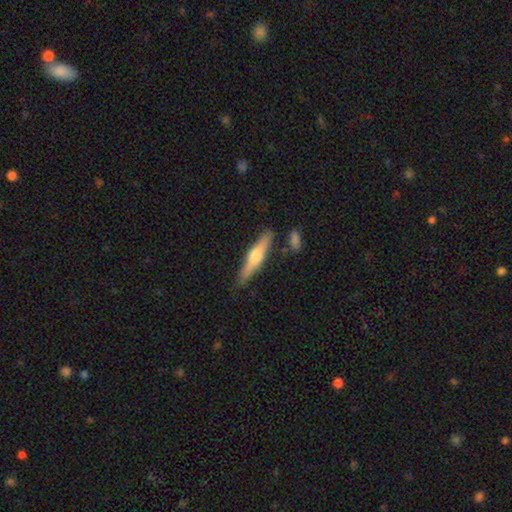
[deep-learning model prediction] featured or disk 55%, smooth 39%, star or artifact 6%. Down the decision tree: edge-on disk — yes (95%); edge-on bulge — rounded (91%); merging — none (82%).